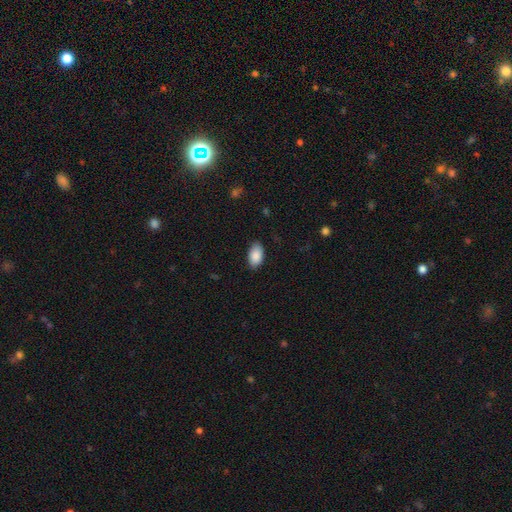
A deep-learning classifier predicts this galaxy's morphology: This is clearly a smooth galaxy (89%). How rounded: clearly in between (94%). Merging: clearly none (84%).